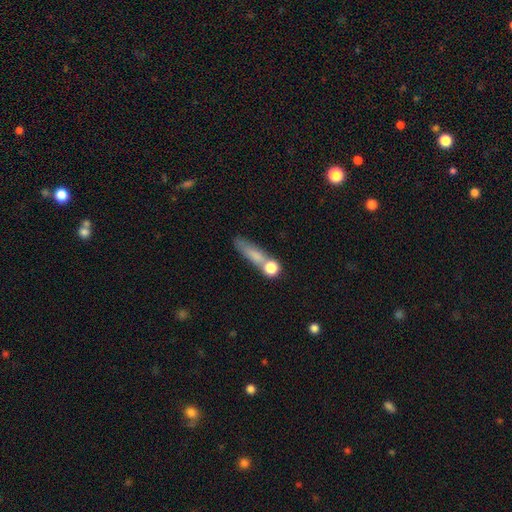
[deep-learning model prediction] A smooth galaxy with no disk features (68%) that is cigar-shaped (56%).

Vote fractions:
- Smooth or featured? smooth: 68% / featured or disk: 19% / star or artifact: 12%
- How rounded? cigar-shaped: 56% / in between: 28% / round: 17%
- Merging? none: 48% / merger: 25% / minor disturbance: 16% / major disturbance: 11%